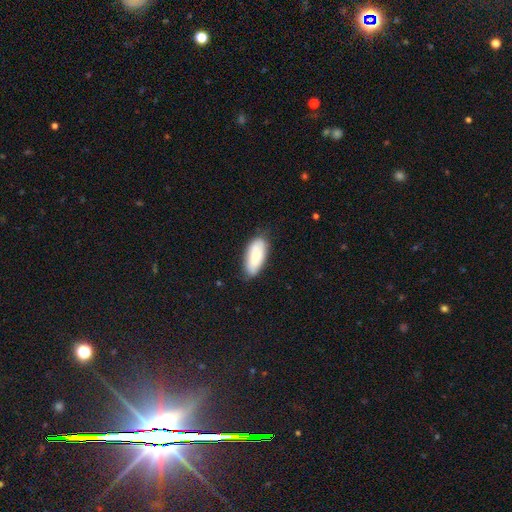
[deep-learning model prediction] smooth-or-featured: smooth: 77% | featured or disk: 16% | star or artifact: 6%
  how-rounded: in between: 87% | cigar-shaped: 11% | round: 2%
  merging: none: 76% | minor disturbance: 19% | major disturbance: 3% | merger: 1%